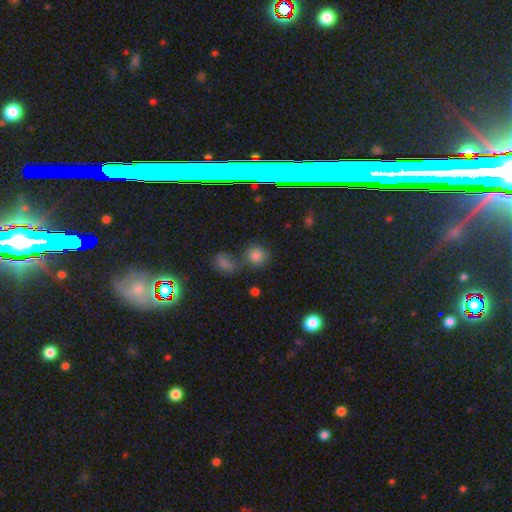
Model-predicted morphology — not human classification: smooth 74%, star or artifact 19%, featured or disk 7%. Down the decision tree: how rounded — round (82%); merging — none (56%).